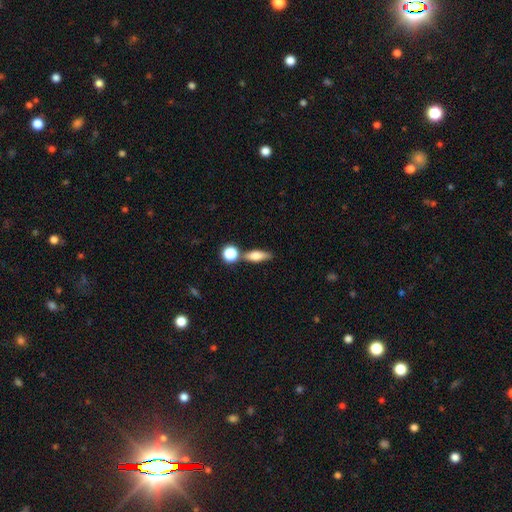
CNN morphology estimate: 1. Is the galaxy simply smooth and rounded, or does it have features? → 64% smooth, 26% featured or disk, 10% star or artifact.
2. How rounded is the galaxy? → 52% in between, 37% cigar-shaped, 11% round.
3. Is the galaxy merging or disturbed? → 67% none, 16% merger, 13% minor disturbance, 4% major disturbance.